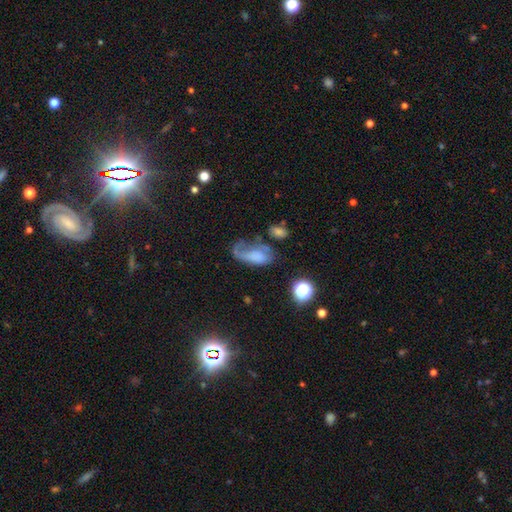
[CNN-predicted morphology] The model was most divided on "smooth or featured": smooth: 47%, featured or disk: 40%, star or artifact: 13%. Remaining: merging — major disturbance (45%).